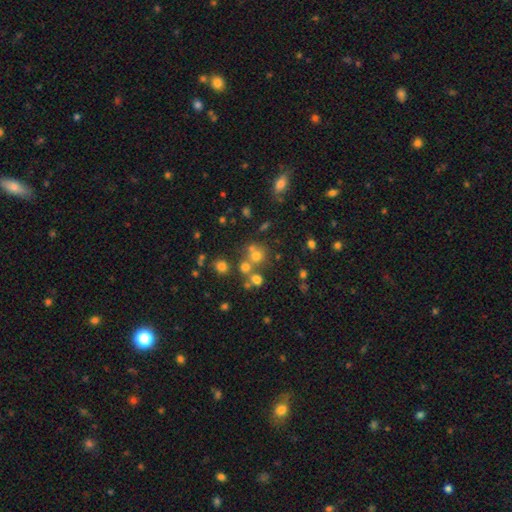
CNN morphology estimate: A smooth galaxy with no disk features (61%) that is round (85%). Merging: none (59%).